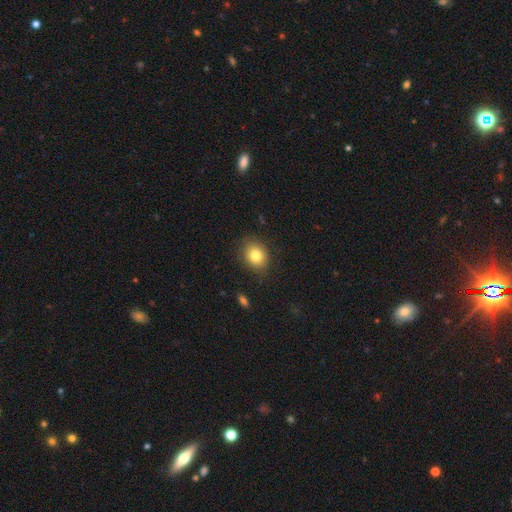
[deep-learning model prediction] This is clearly a smooth galaxy (81%). How rounded: possibly round (54%). Merging: clearly none (83%).